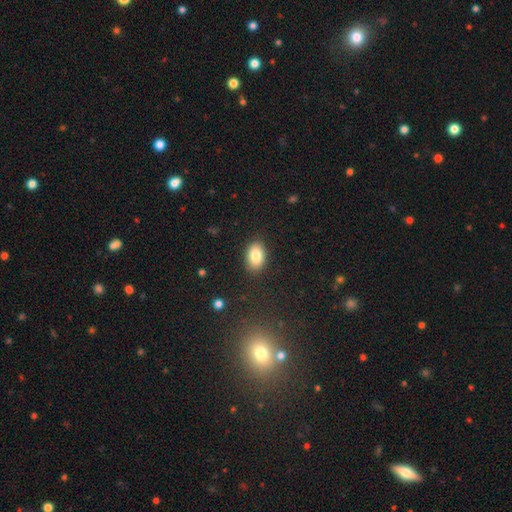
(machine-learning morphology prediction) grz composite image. It shows a smooth galaxy with no disk features (84%) that is in between round and cigar-shaped (87%). Merging: none (88%).